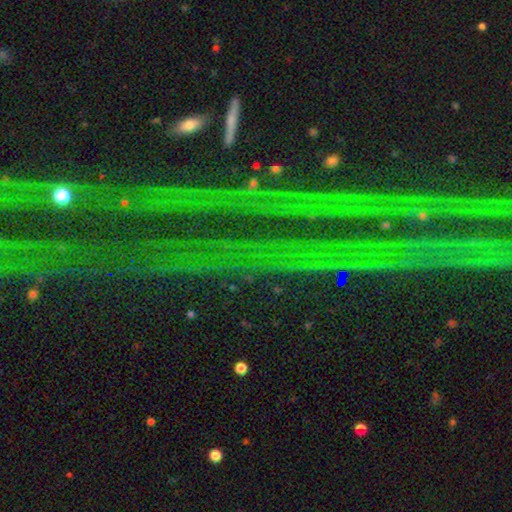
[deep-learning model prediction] Smooth or featured: star or artifact — 80% (featured or disk — 11%)